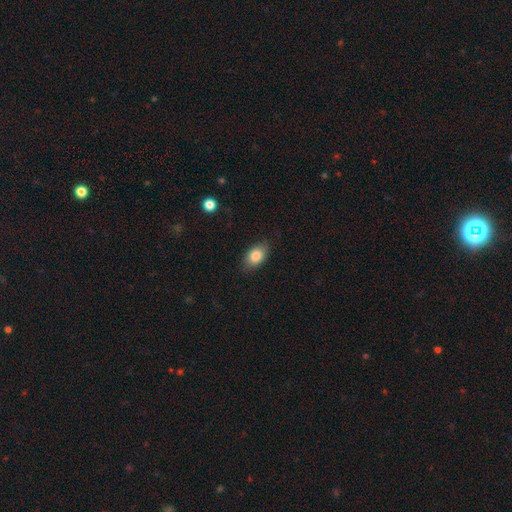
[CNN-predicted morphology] A smooth galaxy with no disk features (84%) that is in between round and cigar-shaped (86%). Merging: none (83%).